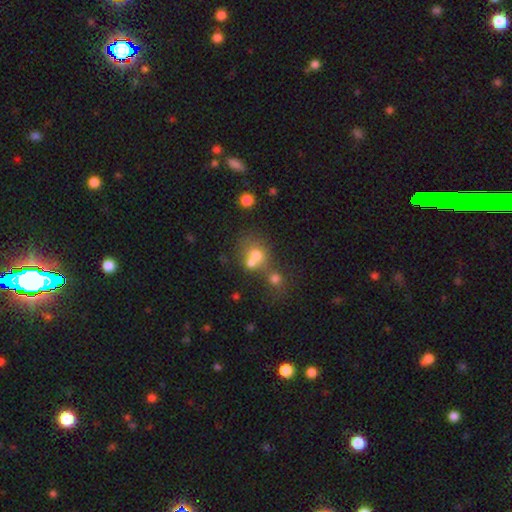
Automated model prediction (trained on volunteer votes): Smooth or featured?
  - smooth: 67% *
  - featured or disk: 17%
  - star or artifact: 16%
How rounded?
  - round: 77% *
  - in between: 22%
  - cigar-shaped: 1%
Merging?
  - merger: 49% *
  - none: 35%
  - minor disturbance: 9%
  - major disturbance: 7%